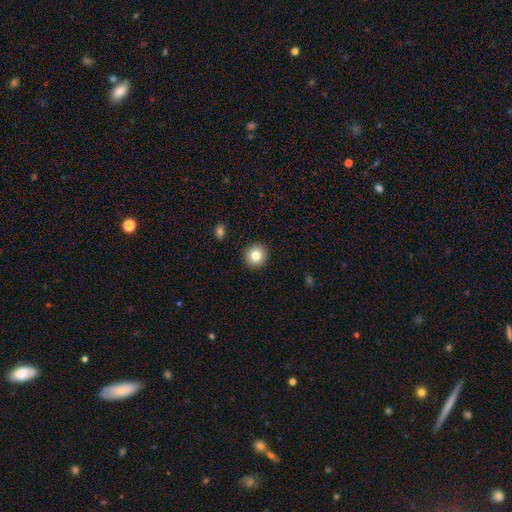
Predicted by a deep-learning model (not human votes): Q: Smooth or featured?
A: smooth (83%); runner-up: star or artifact (9%)
Q: How rounded?
A: round (91%); runner-up: in between (8%)
Q: Merging?
A: none (92%); runner-up: minor disturbance (5%)